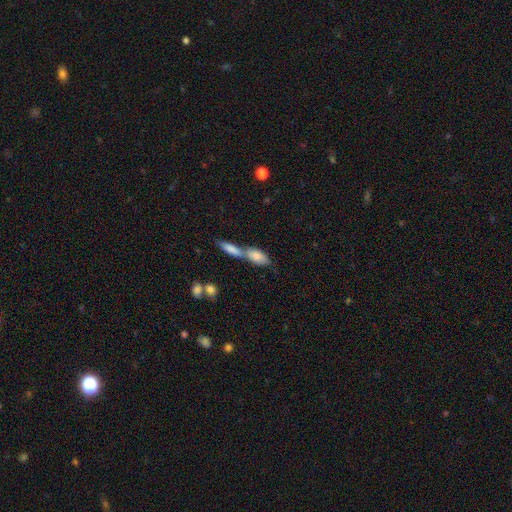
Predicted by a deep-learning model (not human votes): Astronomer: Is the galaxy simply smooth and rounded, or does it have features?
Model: smooth — 71%.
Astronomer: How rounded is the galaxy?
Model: in between — 73%.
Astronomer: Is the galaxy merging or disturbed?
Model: merger — 57%.